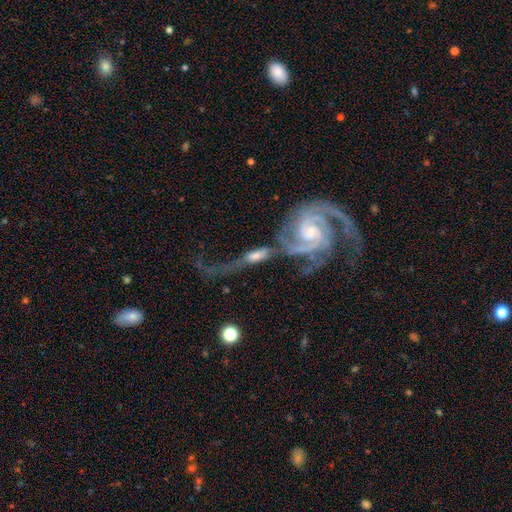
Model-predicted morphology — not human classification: smooth-or-featured: featured or disk: 77% | smooth: 16% | star or artifact: 7%
  disk-edge-on: no: 84% | yes: 16%
    bar: no: 48% | weak: 37% | strong: 15%
    has-spiral-arms: yes: 89% | no: 11%
      spiral-winding: medium: 37% | loose: 32% | tight: 31%
      spiral-arm-count: 2: 73% | can't tell: 12% | 3: 6% | 1: 4% | 4: 3% | more than 4: 2%
    bulge-size: small: 45% | moderate: 38% | none: 7% | large: 7% | dominant: 2%
  merging: merger: 45% | none: 24% | major disturbance: 18% | minor disturbance: 13%